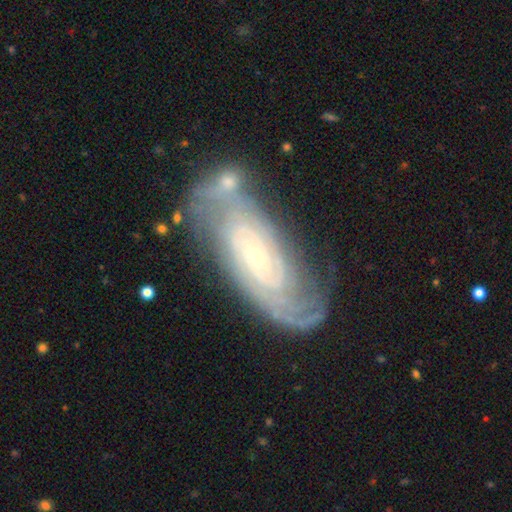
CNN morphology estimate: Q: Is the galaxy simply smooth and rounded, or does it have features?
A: featured or disk — 82%.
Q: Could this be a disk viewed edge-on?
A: no — 91%.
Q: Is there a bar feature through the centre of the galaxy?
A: no — 74%.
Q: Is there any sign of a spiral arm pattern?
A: yes — 93%.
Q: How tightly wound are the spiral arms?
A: tight — 73%.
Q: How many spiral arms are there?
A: can't tell — 46%.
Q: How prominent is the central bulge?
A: small — 85%.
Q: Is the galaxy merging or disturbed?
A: none — 60%.